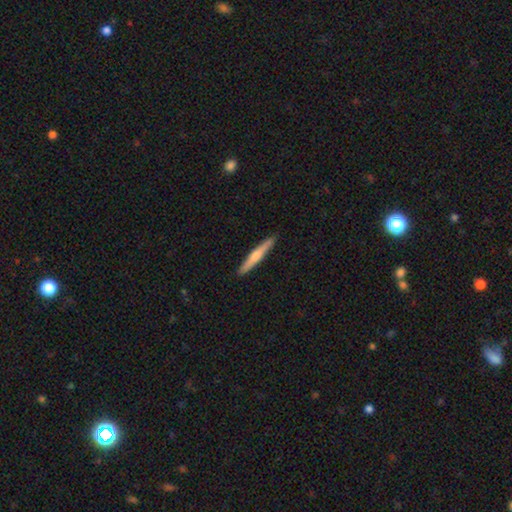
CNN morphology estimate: Smooth or featured? smooth (49%)
Merging? none (91%)